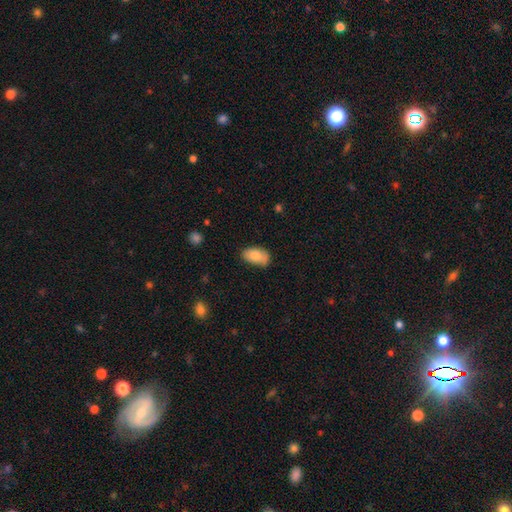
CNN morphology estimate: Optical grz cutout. It shows a smooth galaxy with no disk features (85%) that is in between round and cigar-shaped (94%). Merging: none (72%).